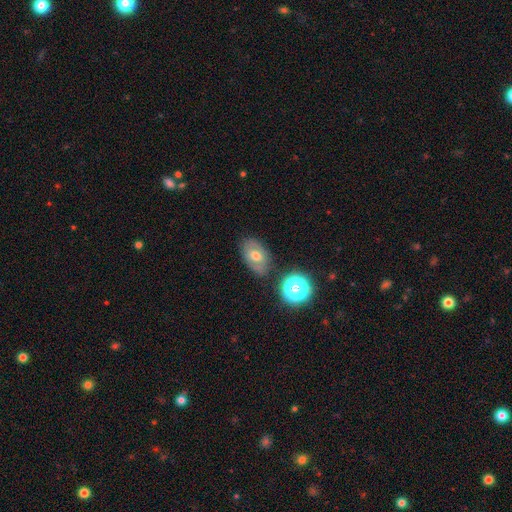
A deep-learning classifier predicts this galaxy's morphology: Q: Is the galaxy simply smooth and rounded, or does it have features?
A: smooth — 51%.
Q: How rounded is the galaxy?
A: in between — 79%.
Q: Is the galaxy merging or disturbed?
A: none — 74%.